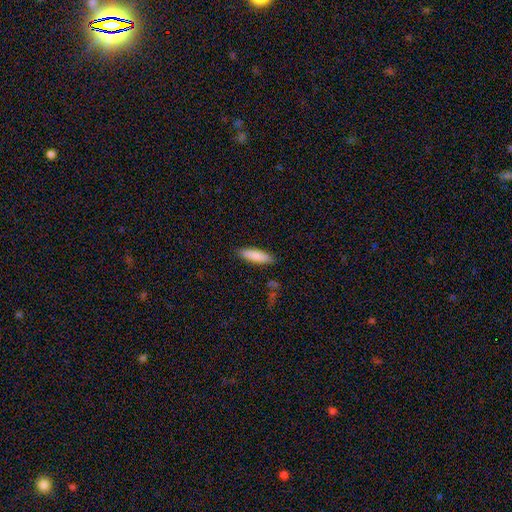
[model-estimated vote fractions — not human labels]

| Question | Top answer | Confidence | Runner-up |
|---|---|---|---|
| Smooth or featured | smooth | 85% | featured or disk (9%) |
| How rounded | cigar-shaped | 64% | in between (35%) |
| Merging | none | 88% | minor disturbance (9%) |